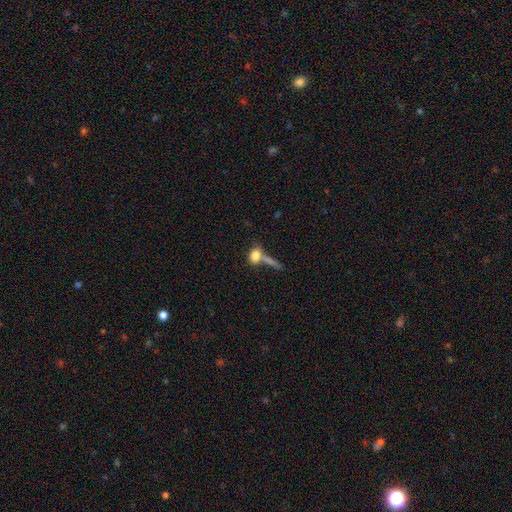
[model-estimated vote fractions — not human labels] The model was most divided on "merging": merger: 39%, none: 36%, major disturbance: 12%, minor disturbance: 12%. More confident: smooth or featured — smooth (76%); how rounded — in between (51%).